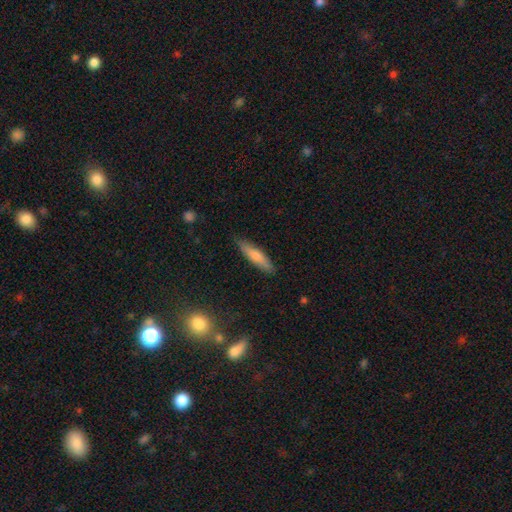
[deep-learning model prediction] This appears to be a smooth galaxy with no disk features (69%) that is cigar-shaped (80%). Merging: none (85%).